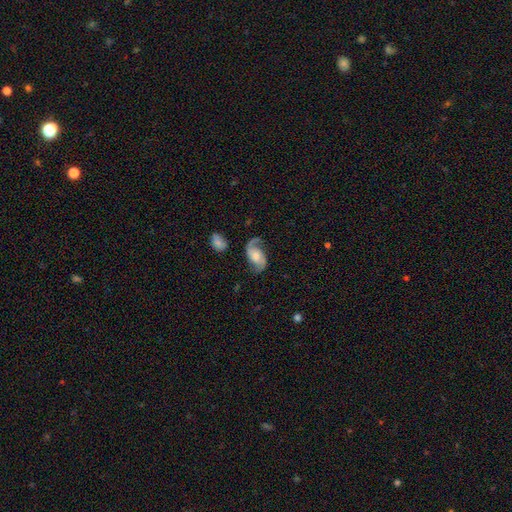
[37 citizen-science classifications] This appears to be a featured or disk galaxy (81%) with no bar (72%), 2 (96%) loose (68%) spiral arms (97%) and a moderate central bulge (62%). Merging: none (67%).